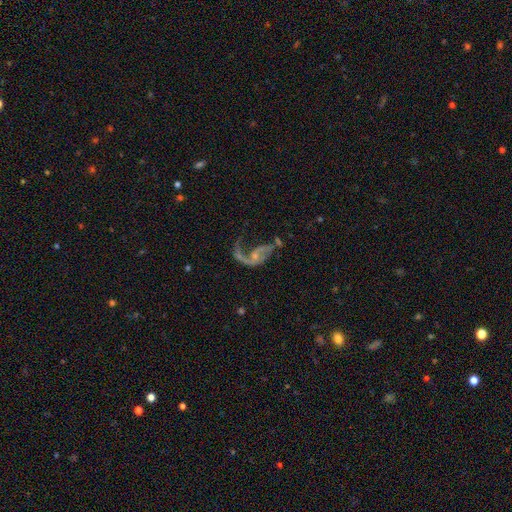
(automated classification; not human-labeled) smooth_or_featured: featured or disk (p=0.84) [alt: smooth p=0.09]
disk_edge_on: no (p=0.97) [alt: yes p=0.03]
bar: no (p=0.61) [alt: weak p=0.30]
has_spiral_arms: yes (p=0.89) [alt: no p=0.11]
spiral_winding: loose (p=0.73) [alt: medium p=0.22]
spiral_arm_count: 2 (p=0.63) [alt: 1 p=0.31]
bulge_size: small (p=0.62) [alt: moderate p=0.25]
merging: major disturbance (p=0.40) [alt: none p=0.34]